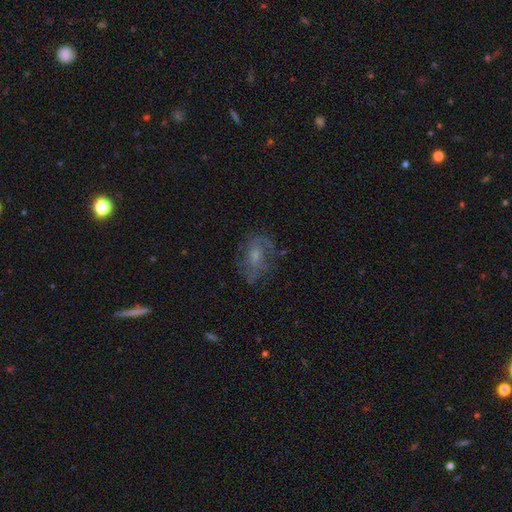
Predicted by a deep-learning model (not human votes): featured or disk 59%, smooth 29%, star or artifact 12%. Down the decision tree: edge-on disk — no (96%); bar — no (65%); spiral arms — yes (72%); bulge size — moderate (40%); merging — none (61%).